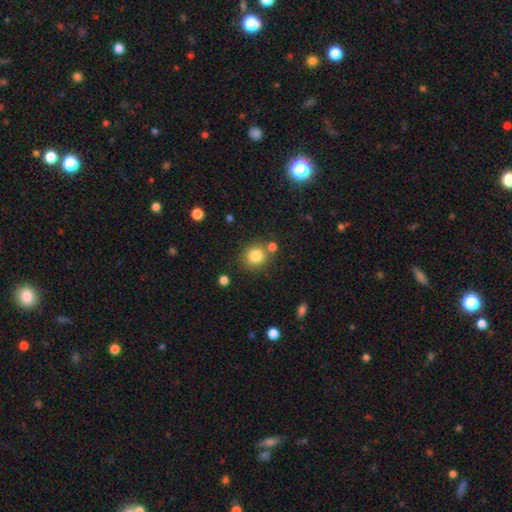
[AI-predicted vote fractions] Overall: smooth (83%). How rounded: round (88%). Merging: none (75%).